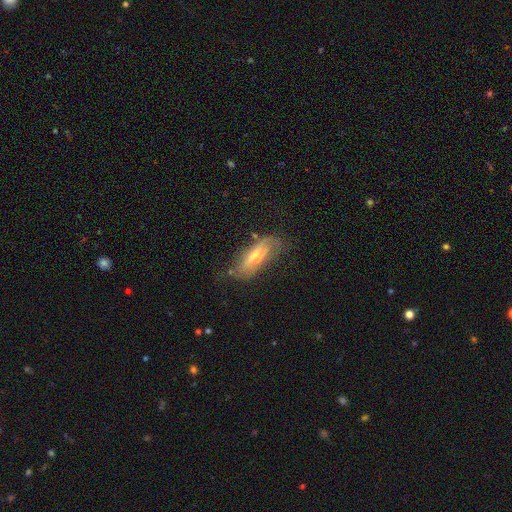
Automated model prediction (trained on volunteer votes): This appears to be a featured or disk galaxy (58%). Merging: none (60%).